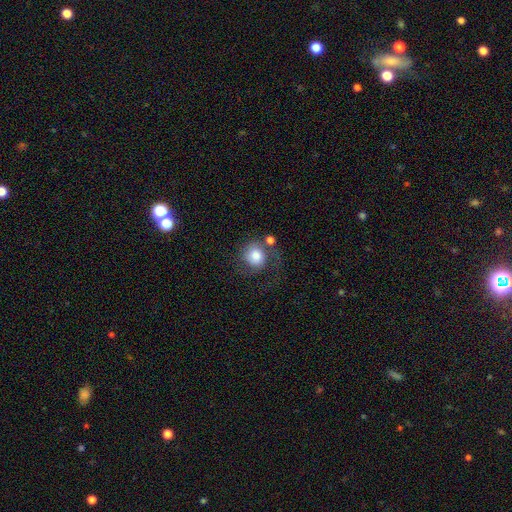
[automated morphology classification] A smooth galaxy with no disk features (68%) that is round (82%). Merging: none (41%).